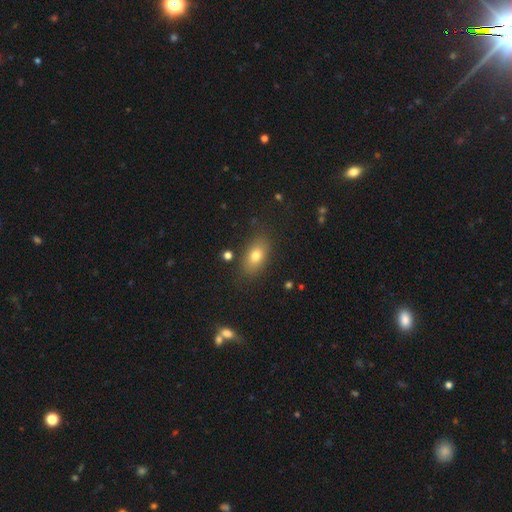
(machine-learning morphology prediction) Smooth or featured? smooth (77%)
How rounded? in between (86%)
Merging? none (82%)